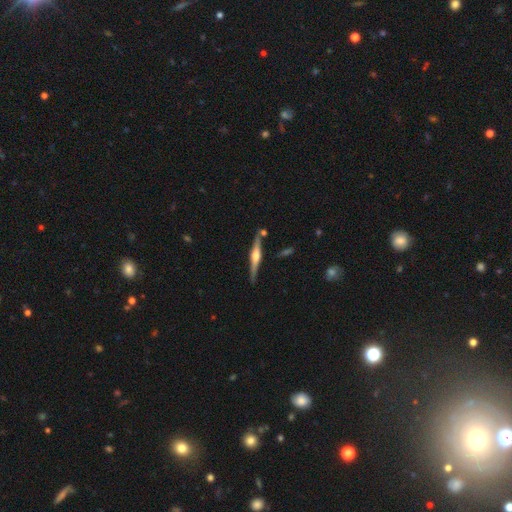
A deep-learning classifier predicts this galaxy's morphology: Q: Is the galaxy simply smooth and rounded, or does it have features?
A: featured or disk — 80%.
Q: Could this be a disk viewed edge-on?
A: yes — 98%.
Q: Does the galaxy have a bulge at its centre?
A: rounded — 86%.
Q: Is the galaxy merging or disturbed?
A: none — 83%.